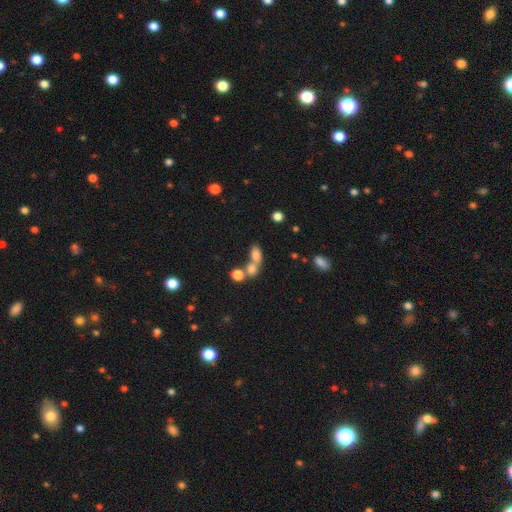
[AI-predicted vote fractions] This appears to be a smooth galaxy with no disk features (75%) that is in between round and cigar-shaped (73%). Merging: merger (58%).